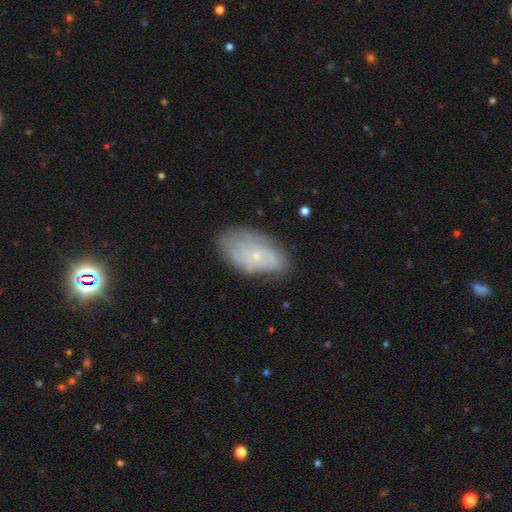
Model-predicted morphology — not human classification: featured or disk 48%, smooth 43%, star or artifact 9%. Down the decision tree: merging — none (69%).